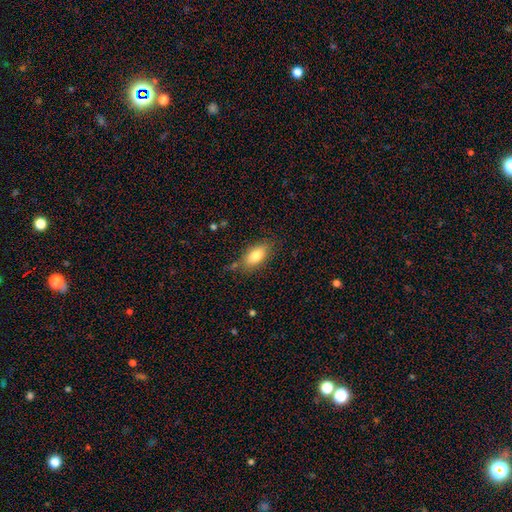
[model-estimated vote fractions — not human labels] This appears to be a smooth galaxy with no disk features (81%) that is in between round and cigar-shaped (88%). Merging: none (75%).